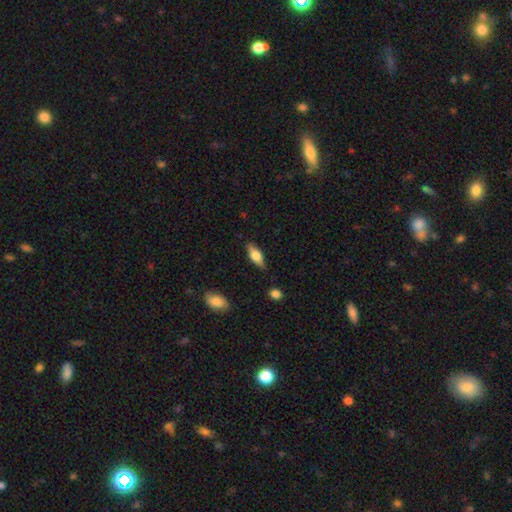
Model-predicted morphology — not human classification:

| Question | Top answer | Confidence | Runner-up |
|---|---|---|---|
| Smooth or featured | smooth | 59% | featured or disk (35%) |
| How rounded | in between | 71% | cigar-shaped (25%) |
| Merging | none | 83% | minor disturbance (12%) |